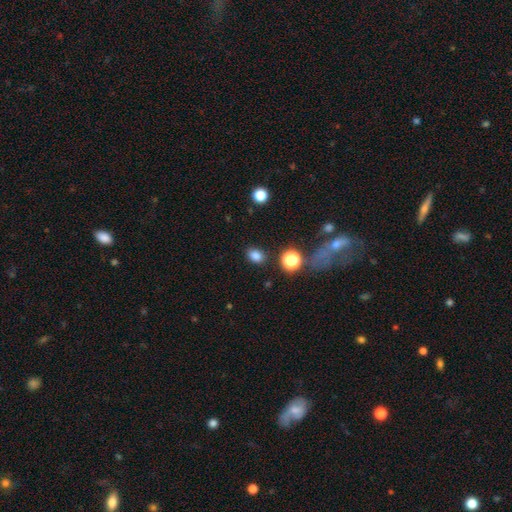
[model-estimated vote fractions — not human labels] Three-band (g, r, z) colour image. It shows a smooth galaxy with no disk features (82%) that is in between round and cigar-shaped (66%). Merging: none (84%).